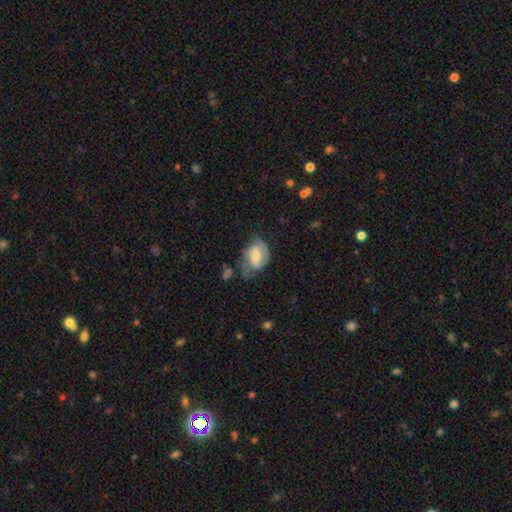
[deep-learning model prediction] Smooth or featured? Predicted: featured or disk (p=0.54). Edge-on disk? Predicted: no (p=0.96). Bar? Predicted: weak (p=0.47). Spiral arms? Predicted: yes (p=0.79). Bulge size? Predicted: moderate (p=0.48). Merging? Predicted: none (p=0.43).